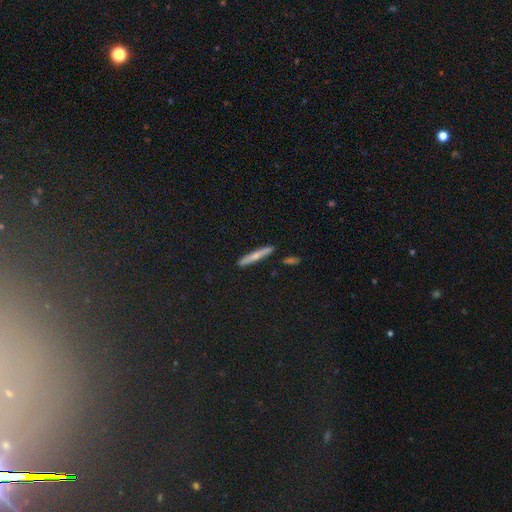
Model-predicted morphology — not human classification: Overall: smooth (55%; featured or disk 36%). How rounded: cigar-shaped (92%). Merging: none (86%).